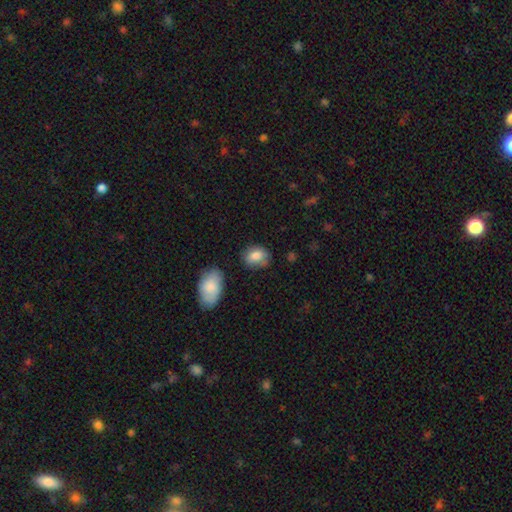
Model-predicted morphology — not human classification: Smooth or featured: smooth — 81% (featured or disk — 11%)
How rounded: in between — 62% (round — 36%)
Merging: none — 74% (minor disturbance — 18%)